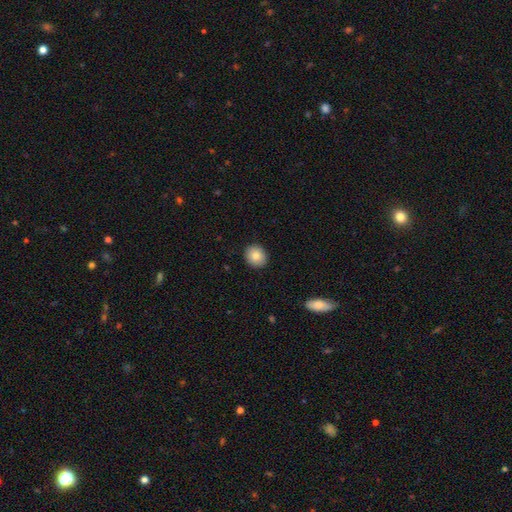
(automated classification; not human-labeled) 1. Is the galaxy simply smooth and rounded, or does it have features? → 83% smooth, 8% star or artifact, 8% featured or disk.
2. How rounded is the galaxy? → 77% round, 22% in between, 1% cigar-shaped.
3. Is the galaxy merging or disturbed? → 91% none, 6% minor disturbance, 2% major disturbance, 1% merger.